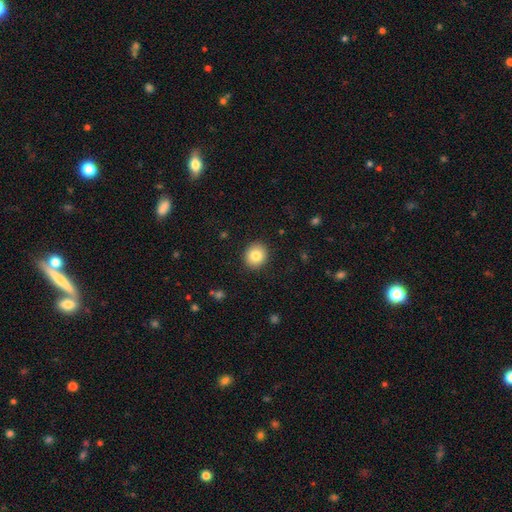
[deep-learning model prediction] smooth-or-featured: smooth: 82% | star or artifact: 9% | featured or disk: 8%
  how-rounded: round: 83% | in between: 17% | cigar-shaped: 1%
  merging: none: 91% | minor disturbance: 6% | major disturbance: 2% | merger: 1%